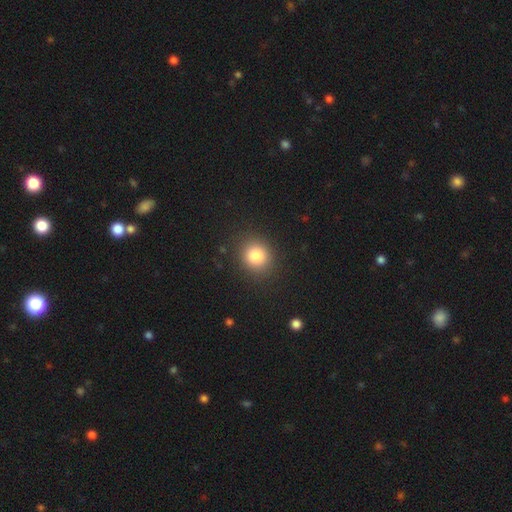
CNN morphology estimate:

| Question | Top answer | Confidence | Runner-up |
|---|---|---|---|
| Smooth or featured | smooth | 84% | star or artifact (11%) |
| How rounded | round | 82% | in between (17%) |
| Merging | none | 88% | minor disturbance (8%) |